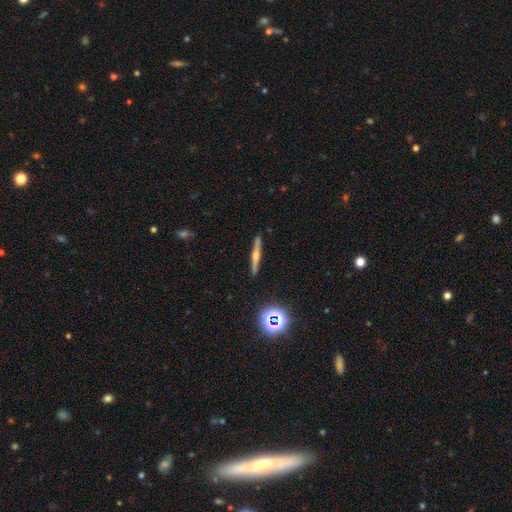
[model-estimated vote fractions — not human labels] smooth-or-featured: featured or disk: 64% | smooth: 25% | star or artifact: 11%
  disk-edge-on: yes: 97% | no: 3%
    edge-on-bulge: rounded: 86% | none: 7% | boxy: 7%
  merging: none: 91% | minor disturbance: 6% | major disturbance: 1% | merger: 1%